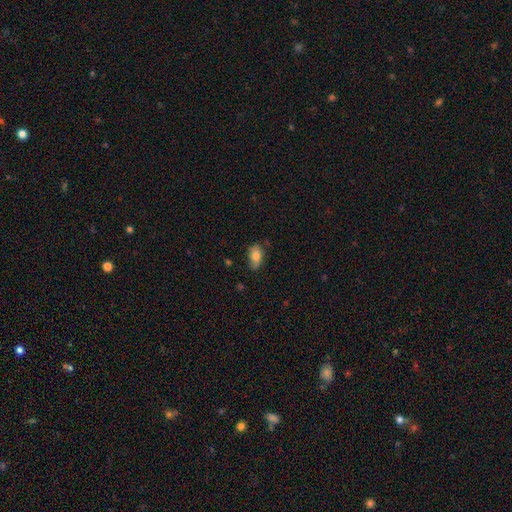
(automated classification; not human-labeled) A smooth galaxy with no disk features (78%) that is in between round and cigar-shaped (89%).

Vote fractions:
- Smooth or featured? smooth: 78% / featured or disk: 15% / star or artifact: 8%
- How rounded? in between: 89% / round: 8% / cigar-shaped: 3%
- Merging? none: 63% / minor disturbance: 29% / major disturbance: 6% / merger: 2%